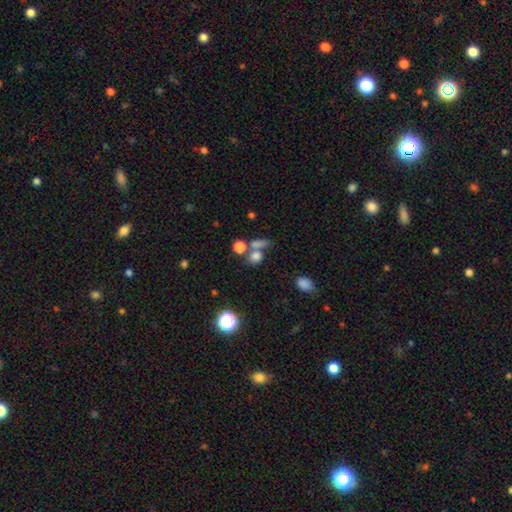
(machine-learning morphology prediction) smooth 74%, star or artifact 16%, featured or disk 10%. Down the decision tree: how rounded — round (73%); merging — none (45%).